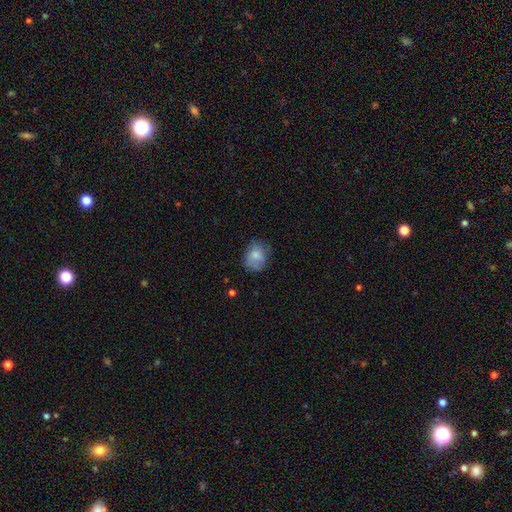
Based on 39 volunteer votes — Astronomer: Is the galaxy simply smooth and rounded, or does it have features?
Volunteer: smooth — 69%.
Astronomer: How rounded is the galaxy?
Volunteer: in between — 63%.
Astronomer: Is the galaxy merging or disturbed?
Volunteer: none — 66%.